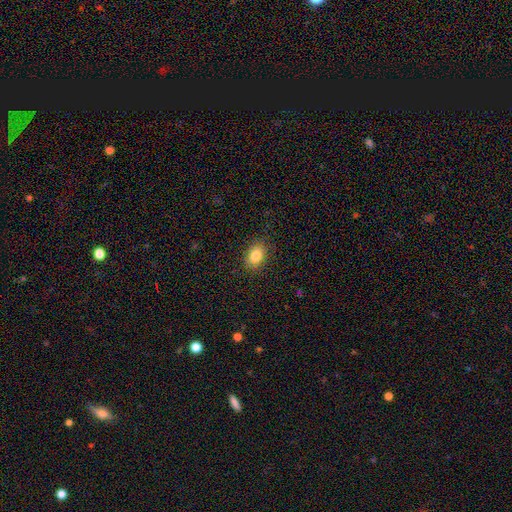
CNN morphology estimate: Q: Smooth or featured?
A: smooth (85%); runner-up: star or artifact (9%)
Q: How rounded?
A: in between (81%); runner-up: round (18%)
Q: Merging?
A: none (86%); runner-up: minor disturbance (10%)